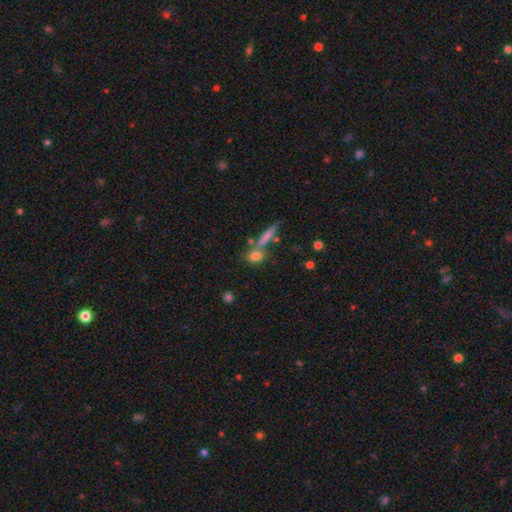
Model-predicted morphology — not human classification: Q: Smooth or featured?
A: smooth (75%); runner-up: featured or disk (13%)
Q: How rounded?
A: round (45%); runner-up: in between (37%)
Q: Merging?
A: none (59%); runner-up: merger (25%)